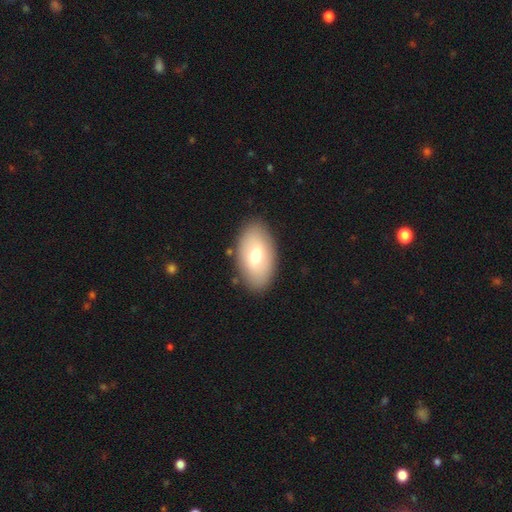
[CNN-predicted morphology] Smooth or featured: smooth — 69% (featured or disk — 25%)
How rounded: in between — 94% (round — 5%)
Merging: none — 86% (minor disturbance — 9%)